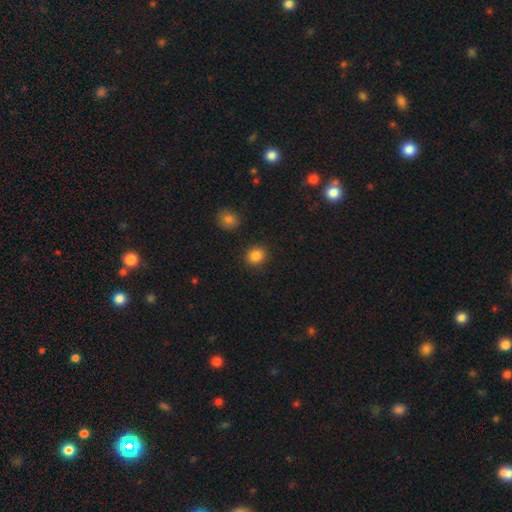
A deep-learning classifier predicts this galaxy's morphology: smooth-or-featured: smooth: 86% | star or artifact: 10% | featured or disk: 4%
  how-rounded: round: 84% | in between: 15% | cigar-shaped: 1%
  merging: none: 89% | minor disturbance: 7% | major disturbance: 2% | merger: 2%